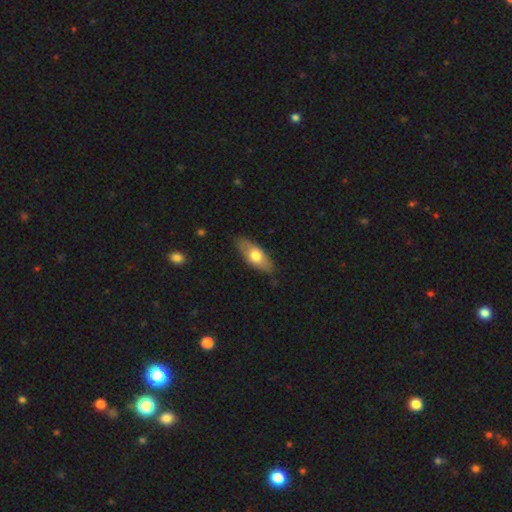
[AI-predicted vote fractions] A smooth galaxy with no disk features (62%) that is in between round and cigar-shaped (80%).

Vote fractions:
- Smooth or featured? smooth: 62% / featured or disk: 32% / star or artifact: 6%
- How rounded? in between: 80% / cigar-shaped: 17% / round: 3%
- Merging? none: 81% / minor disturbance: 15% / major disturbance: 3% / merger: 1%